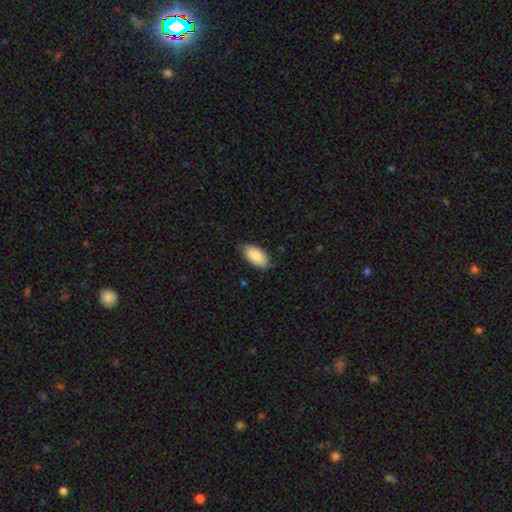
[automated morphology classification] smooth-or-featured: smooth: 86% | featured or disk: 8% | star or artifact: 6%
  how-rounded: in between: 94% | cigar-shaped: 3% | round: 2%
  merging: none: 76% | minor disturbance: 20% | major disturbance: 3% | merger: 1%